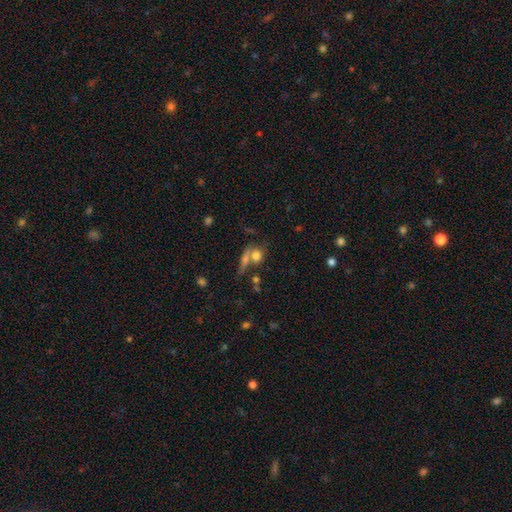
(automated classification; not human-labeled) smooth_or_featured: smooth (p=0.73) [alt: featured or disk p=0.16]
how_rounded: round (p=0.69) [alt: in between p=0.25]
merging: none (p=0.41) [alt: merger p=0.40]